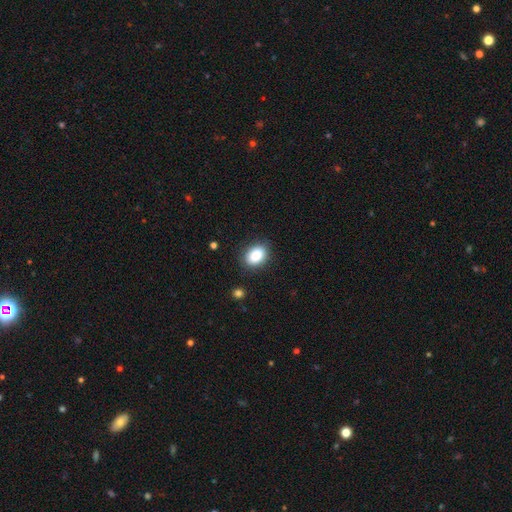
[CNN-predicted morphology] Q: Smooth or featured?
A: smooth (88%); runner-up: star or artifact (8%)
Q: How rounded?
A: in between (76%); runner-up: round (23%)
Q: Merging?
A: none (85%); runner-up: minor disturbance (10%)